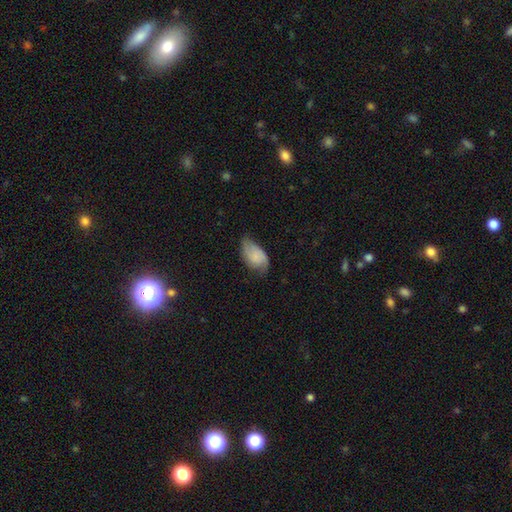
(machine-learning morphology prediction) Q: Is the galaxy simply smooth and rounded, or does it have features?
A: smooth — 66%.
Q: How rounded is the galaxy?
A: in between — 92%.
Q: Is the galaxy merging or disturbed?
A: none — 44%.